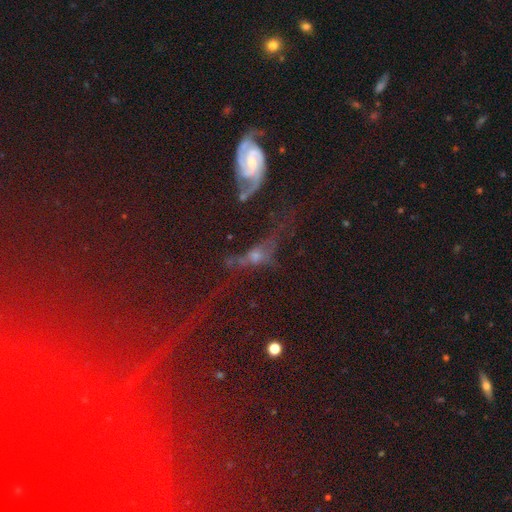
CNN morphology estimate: featured or disk 40%, smooth 30%, star or artifact 29%. Down the decision tree: merging — none (43%).